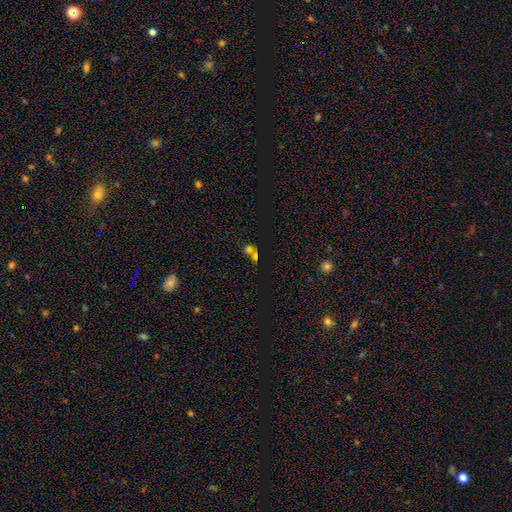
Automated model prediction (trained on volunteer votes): This is possibly a star or artifact rather than a galaxy (46%).